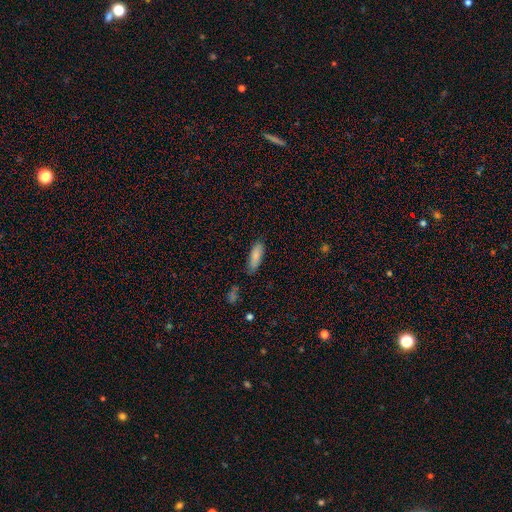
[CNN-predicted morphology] Q: Smooth or featured?
A: smooth (85%); runner-up: featured or disk (8%)
Q: How rounded?
A: in between (60%); runner-up: cigar-shaped (38%)
Q: Merging?
A: none (75%); runner-up: minor disturbance (18%)